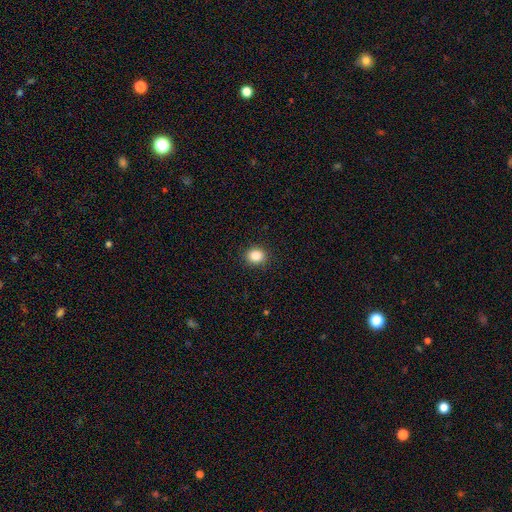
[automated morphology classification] Smooth or featured? Predicted: smooth (p=0.85). How rounded? Predicted: round (p=0.78). Merging? Predicted: none (p=0.90).